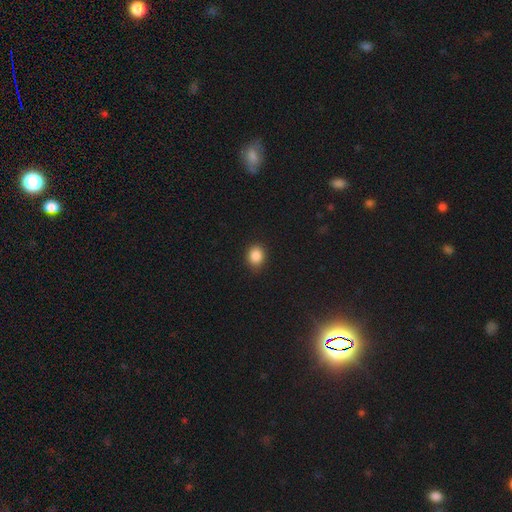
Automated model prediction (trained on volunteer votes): smooth_or_featured: smooth (p=0.87) [alt: star or artifact p=0.09]
how_rounded: round (p=0.60) [alt: in between p=0.39]
merging: none (p=0.88) [alt: minor disturbance p=0.09]